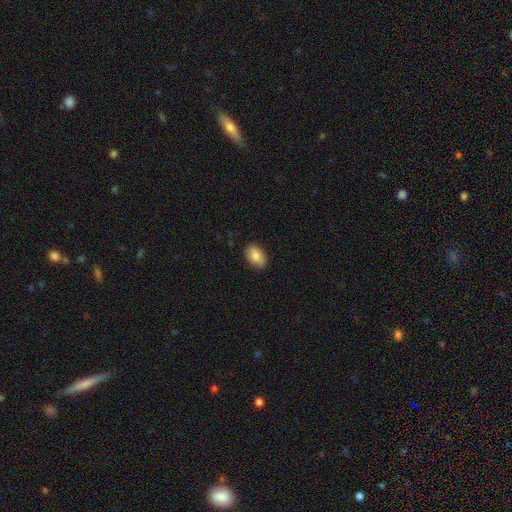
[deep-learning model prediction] Smooth or featured? smooth (81%)
How rounded? in between (90%)
Merging? none (81%)